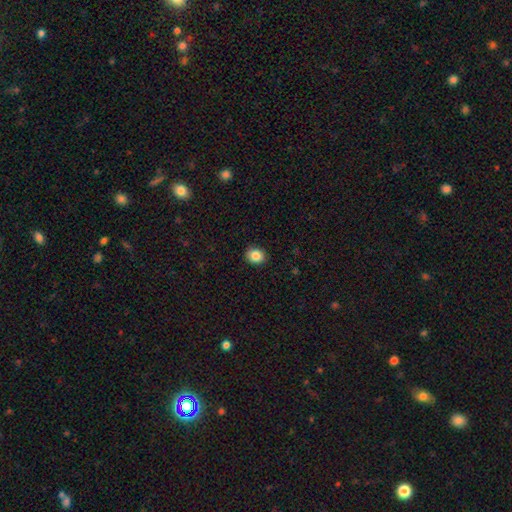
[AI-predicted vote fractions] Overall: smooth (86%). How rounded: round (66%; in between 33%). Merging: none (91%).